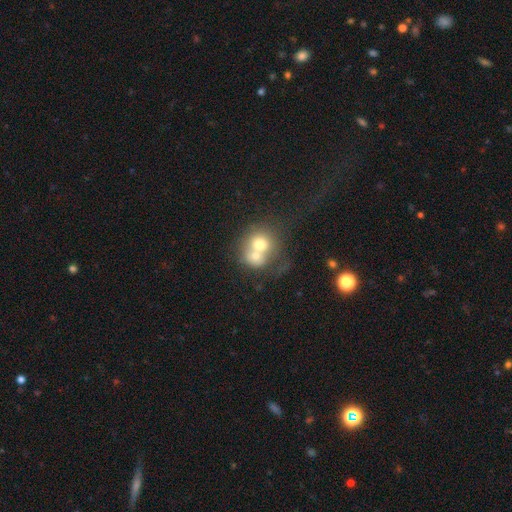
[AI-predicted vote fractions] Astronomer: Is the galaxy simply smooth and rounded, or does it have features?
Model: smooth — 64%.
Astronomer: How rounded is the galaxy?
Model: round — 76%.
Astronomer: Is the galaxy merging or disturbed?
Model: merger — 70%.